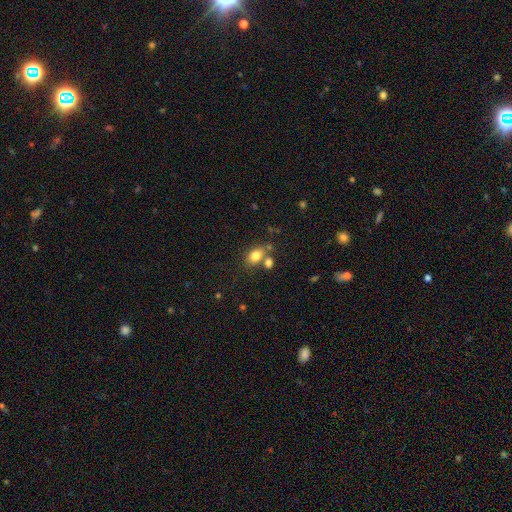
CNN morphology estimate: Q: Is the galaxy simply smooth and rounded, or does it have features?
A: smooth — 80%.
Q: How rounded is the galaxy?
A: in between — 77%.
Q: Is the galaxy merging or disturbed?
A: none — 59%.